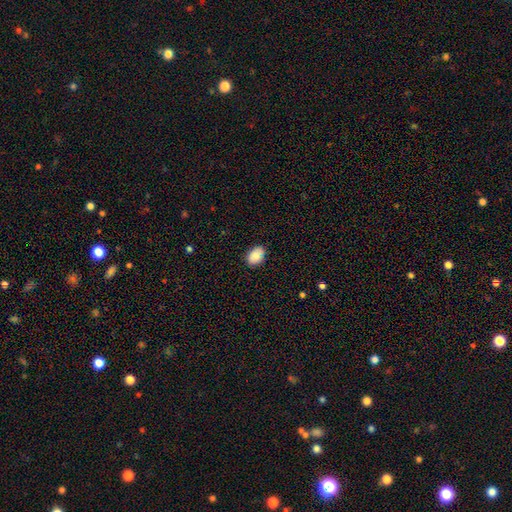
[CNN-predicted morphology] Q: Smooth or featured?
A: smooth (87%); runner-up: star or artifact (8%)
Q: How rounded?
A: in between (80%); runner-up: round (19%)
Q: Merging?
A: none (82%); runner-up: minor disturbance (14%)